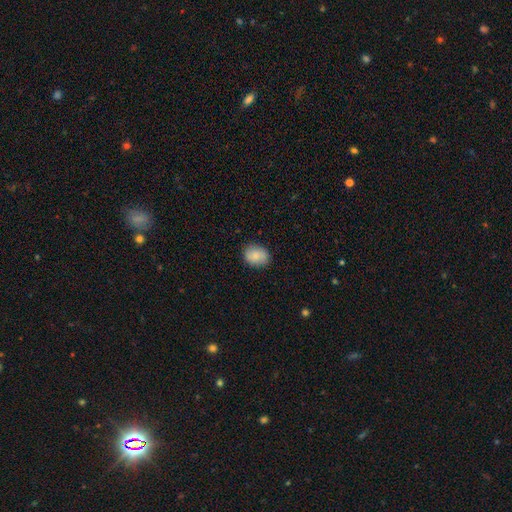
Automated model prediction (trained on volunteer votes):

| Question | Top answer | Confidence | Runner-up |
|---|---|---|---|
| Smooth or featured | smooth | 82% | featured or disk (11%) |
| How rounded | in between | 52% | round (47%) |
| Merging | none | 85% | minor disturbance (11%) |